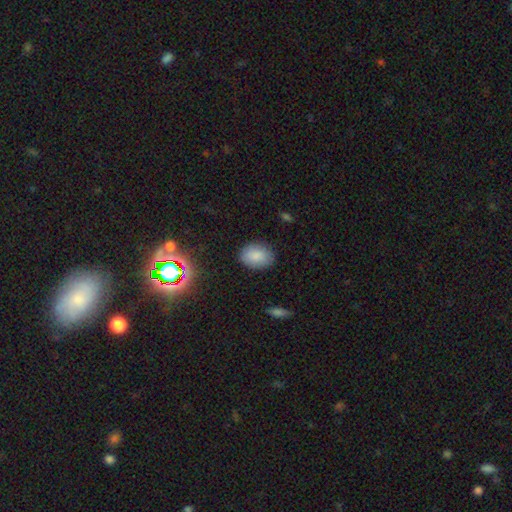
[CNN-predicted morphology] Smooth or featured? smooth (85%)
How rounded? in between (76%)
Merging? none (85%)